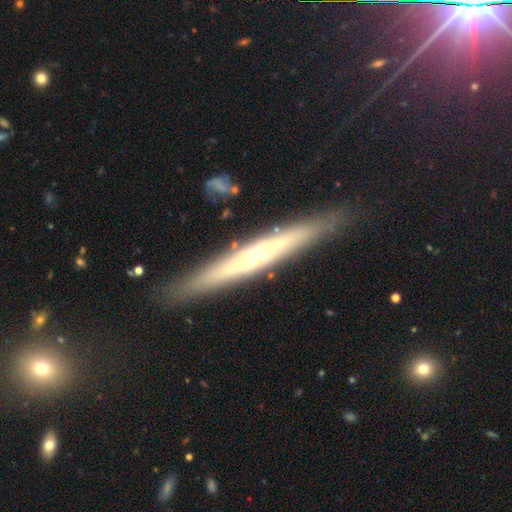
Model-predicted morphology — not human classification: This is likely a featured or disk galaxy (64%). It is clearly viewed edge-on (88%). Edge-on bulge: likely rounded (64%). Merging: clearly none (83%).